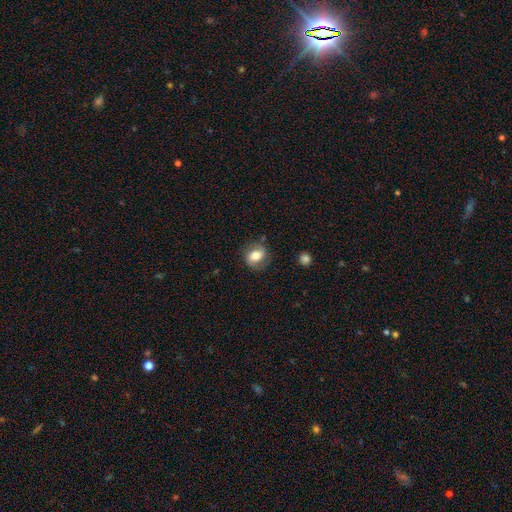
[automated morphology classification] This appears to be a smooth galaxy with no disk features (55%) that is round (53%). Merging: none (73%).